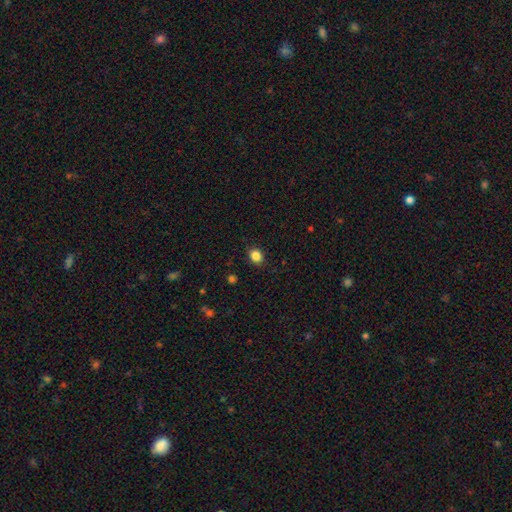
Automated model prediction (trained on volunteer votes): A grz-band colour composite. It shows a smooth galaxy with no disk features (85%) that is round (56%). Merging: none (89%).